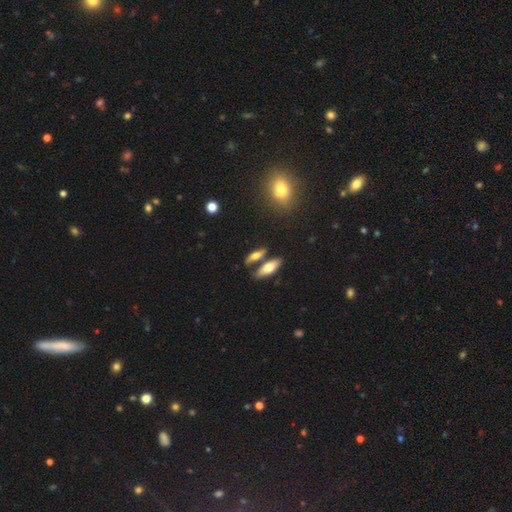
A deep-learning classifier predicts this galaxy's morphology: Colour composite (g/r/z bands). It shows a smooth galaxy with no disk features (61%) that is in between round and cigar-shaped (55%). Merging: none (62%).